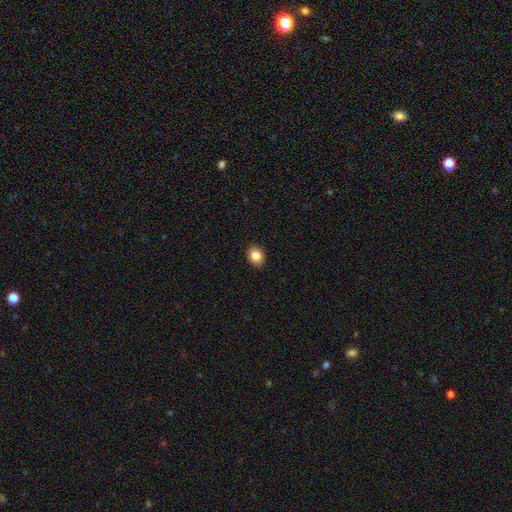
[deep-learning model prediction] Smooth or featured?
  - smooth: 85% *
  - star or artifact: 9%
  - featured or disk: 6%
How rounded?
  - round: 51% *
  - in between: 49%
  - cigar-shaped: 1%
Merging?
  - none: 92% *
  - minor disturbance: 6%
  - major disturbance: 2%
  - merger: 1%